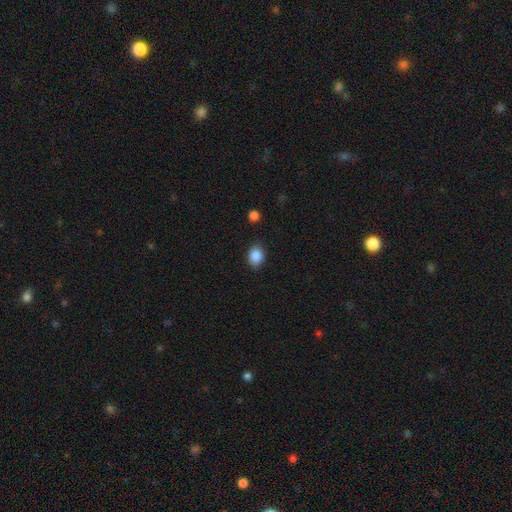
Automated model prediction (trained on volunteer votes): Morphology: type=smooth (87%); roundness=in between (52%); merging=none (84%).